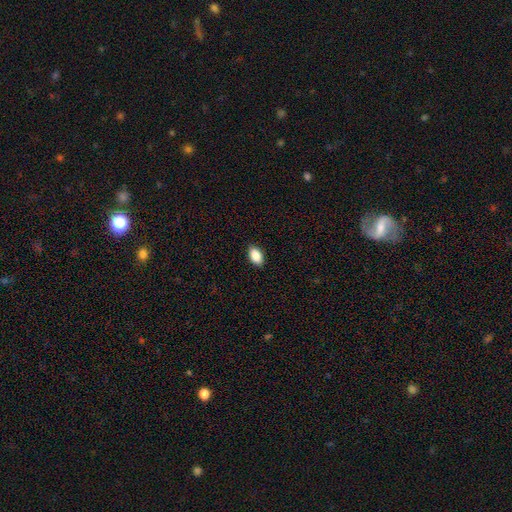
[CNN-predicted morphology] This is clearly a smooth galaxy (88%). How rounded: clearly in between (93%). Merging: clearly none (89%).